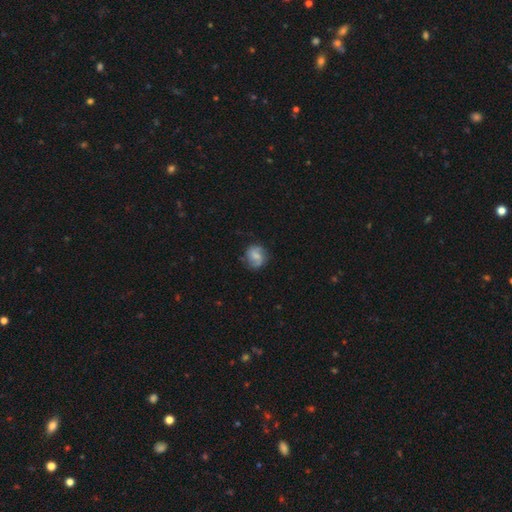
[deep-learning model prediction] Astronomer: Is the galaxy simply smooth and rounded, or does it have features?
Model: smooth — 47% (runner-up: featured or disk, 45%).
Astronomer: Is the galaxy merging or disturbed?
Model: none — 70%.